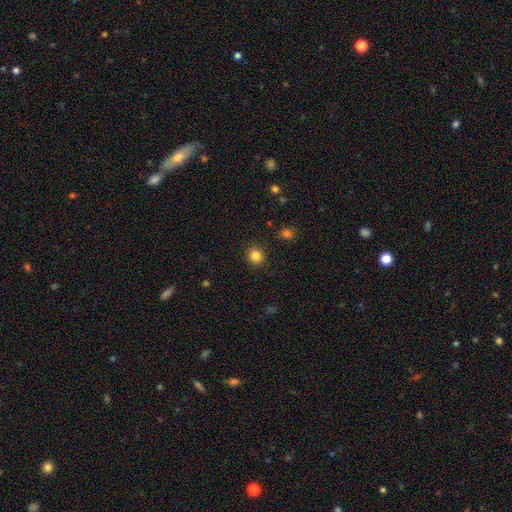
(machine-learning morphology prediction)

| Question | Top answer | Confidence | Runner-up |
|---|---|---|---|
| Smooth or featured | smooth | 83% | star or artifact (12%) |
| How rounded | round | 91% | in between (8%) |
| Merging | none | 91% | minor disturbance (6%) |